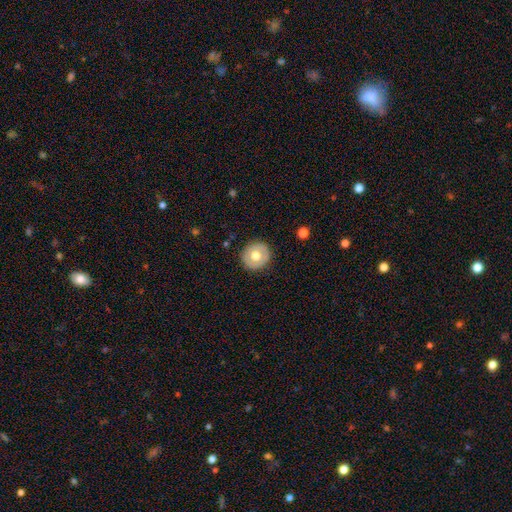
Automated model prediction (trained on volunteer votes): This appears to be a smooth galaxy with no disk features (59%) that is round (90%). Merging: none (89%).